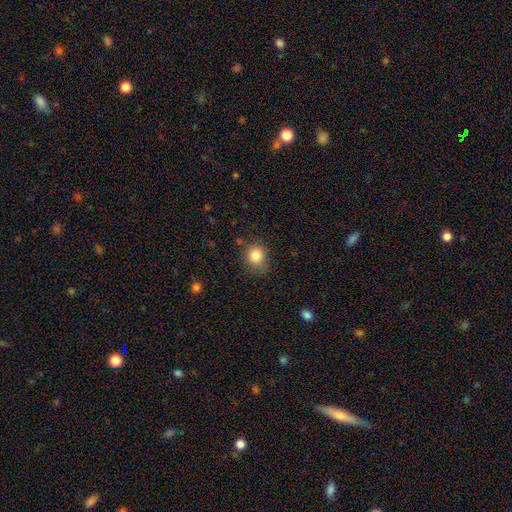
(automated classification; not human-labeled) Smooth or featured?
  - smooth: 84% *
  - star or artifact: 11%
  - featured or disk: 6%
How rounded?
  - round: 74% *
  - in between: 25%
  - cigar-shaped: 1%
Merging?
  - none: 73% *
  - minor disturbance: 20%
  - major disturbance: 5%
  - merger: 2%